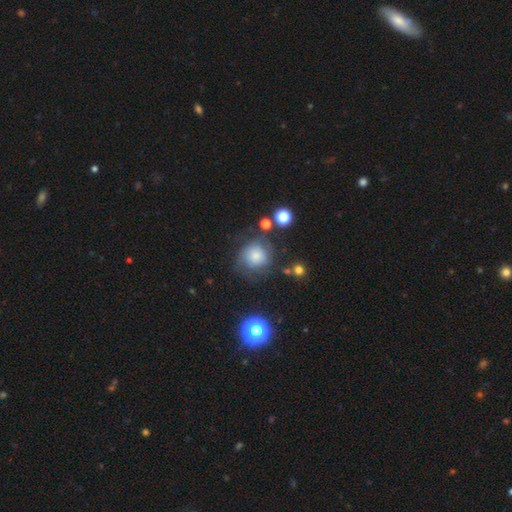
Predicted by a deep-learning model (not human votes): Smooth or featured? smooth (69%)
How rounded? round (86%)
Merging? none (59%)